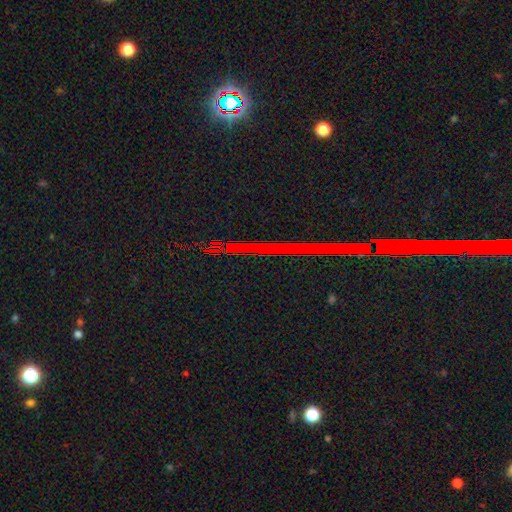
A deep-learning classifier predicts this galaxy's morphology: Smooth or featured? Predicted: star or artifact (p=0.79).